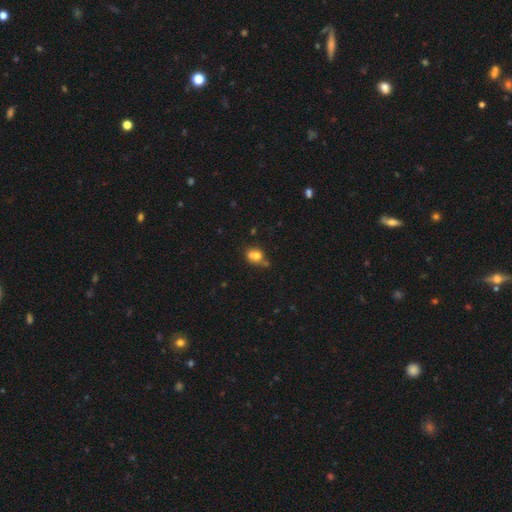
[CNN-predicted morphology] Smooth or featured?
  - smooth: 66% *
  - featured or disk: 21%
  - star or artifact: 12%
How rounded?
  - round: 58% *
  - in between: 40%
  - cigar-shaped: 2%
Merging?
  - merger: 45% *
  - none: 34%
  - minor disturbance: 14%
  - major disturbance: 7%